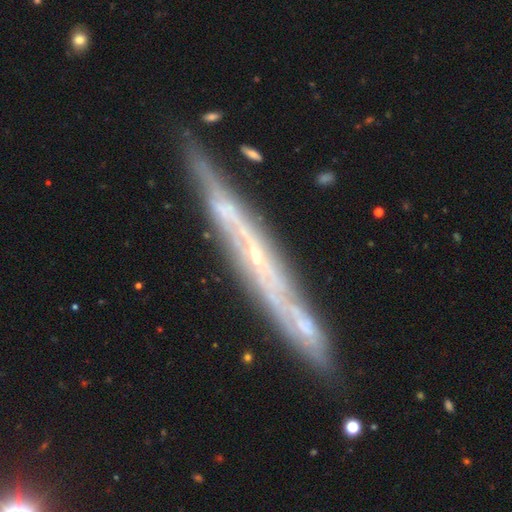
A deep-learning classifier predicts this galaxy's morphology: featured or disk 74%, smooth 15%, star or artifact 10%. Down the decision tree: edge-on disk — yes (87%); edge-on bulge — none (74%); merging — none (82%).